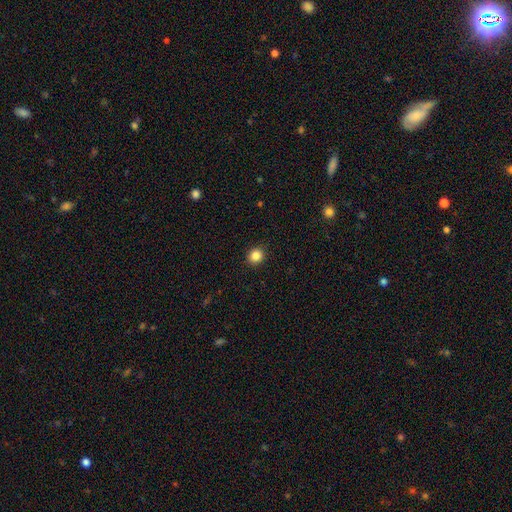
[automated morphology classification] smooth_or_featured: smooth (p=0.85) [alt: star or artifact p=0.11]
how_rounded: round (p=0.84) [alt: in between p=0.15]
merging: none (p=0.92) [alt: minor disturbance p=0.05]